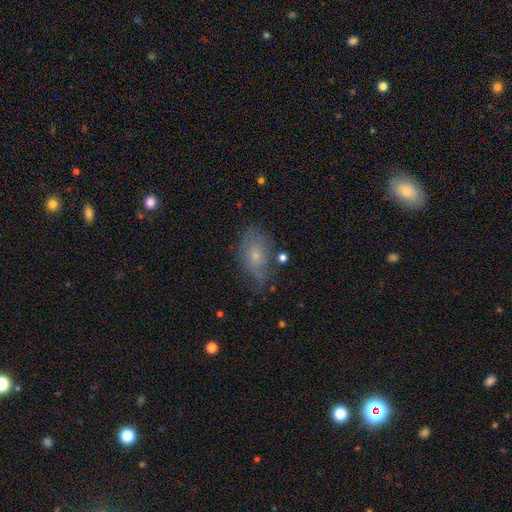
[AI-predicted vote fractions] smooth_or_featured: smooth (p=0.57) [alt: featured or disk p=0.33]
how_rounded: in between (p=0.86) [alt: round p=0.12]
merging: none (p=0.51) [alt: minor disturbance p=0.31]